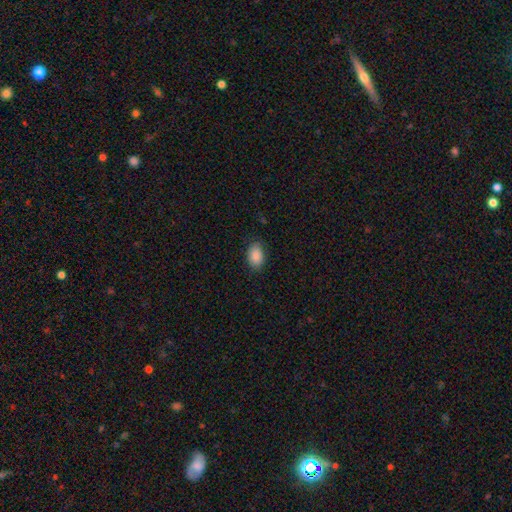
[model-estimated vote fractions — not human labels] smooth 88%, star or artifact 7%, featured or disk 5%. Down the decision tree: how rounded — in between (88%); merging — none (81%).